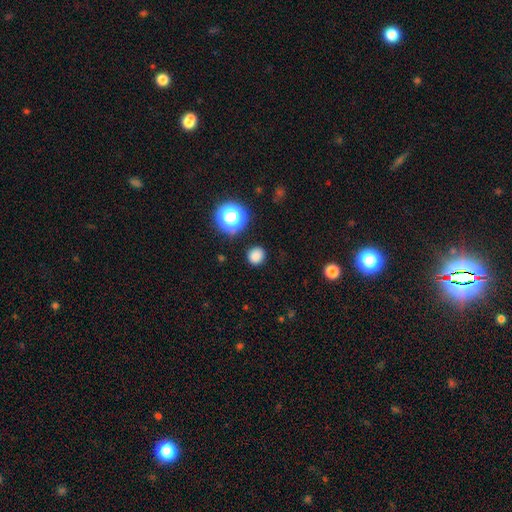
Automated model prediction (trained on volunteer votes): Smooth or featured? Predicted: smooth (p=0.81). How rounded? Predicted: round (p=0.88). Merging? Predicted: none (p=0.88).